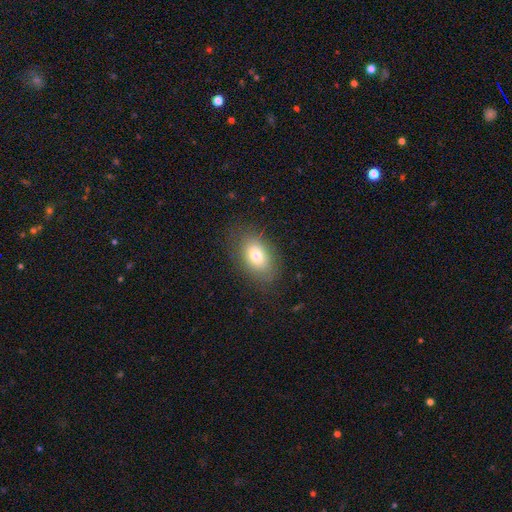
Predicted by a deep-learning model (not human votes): smooth-or-featured: smooth: 75% | featured or disk: 15% | star or artifact: 10%
  how-rounded: in between: 87% | round: 12% | cigar-shaped: 2%
  merging: none: 82% | minor disturbance: 12% | major disturbance: 5% | merger: 1%